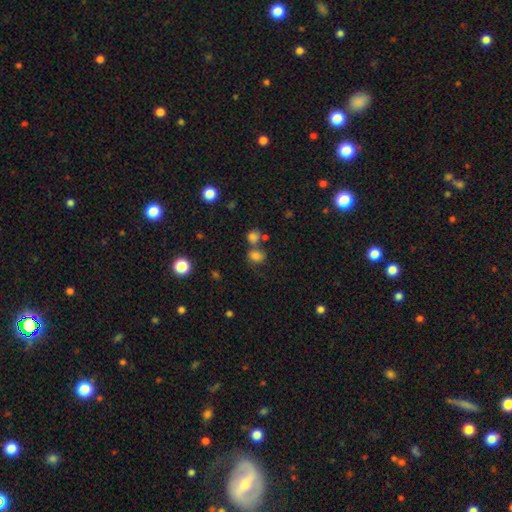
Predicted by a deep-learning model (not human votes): This appears to be a smooth galaxy with no disk features (74%) that is in between round and cigar-shaped (49%, tied with round). Merging: none (44%).